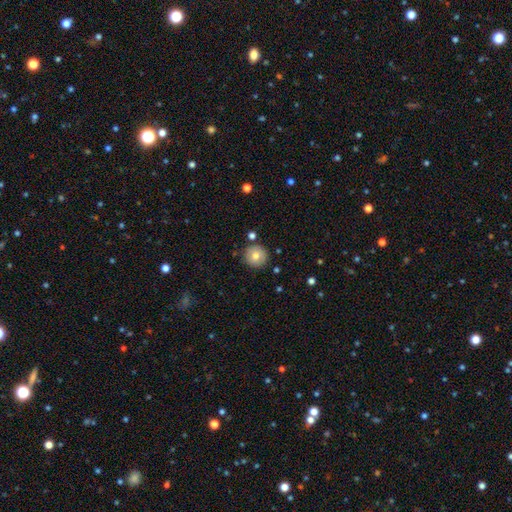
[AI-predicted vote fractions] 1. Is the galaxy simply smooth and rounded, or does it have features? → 75% smooth, 16% featured or disk, 9% star or artifact.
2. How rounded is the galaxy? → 95% round, 4% in between, 1% cigar-shaped.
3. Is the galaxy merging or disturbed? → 86% none, 8% minor disturbance, 3% merger, 2% major disturbance.